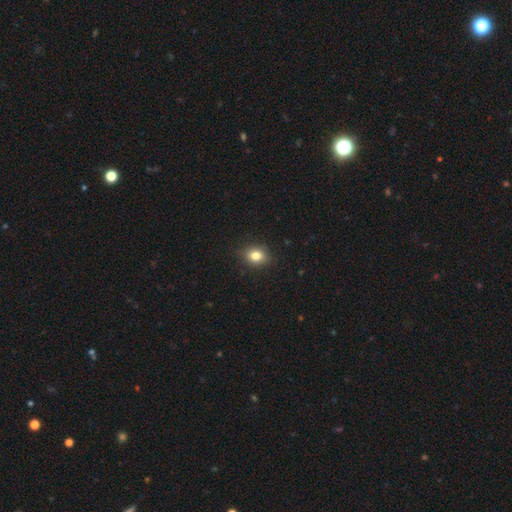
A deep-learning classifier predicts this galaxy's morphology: A smooth galaxy with no disk features (82%) that is in between round and cigar-shaped (50%).

Vote fractions:
- Smooth or featured? smooth: 82% / star or artifact: 11% / featured or disk: 7%
- How rounded? in between: 50% / round: 49% / cigar-shaped: 1%
- Merging? none: 87% / minor disturbance: 9% / major disturbance: 2% / merger: 1%